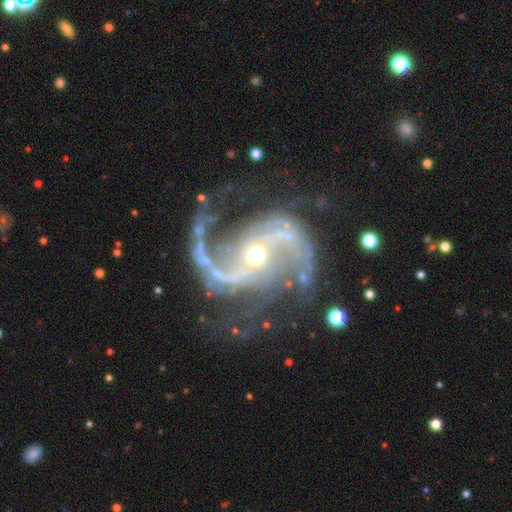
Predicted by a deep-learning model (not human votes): This is clearly a featured or disk galaxy (93%). It is clearly not viewed edge-on (98%). Bar: marginally strong (39%). Spiral arm pattern: clearly yes (99%). Spiral arm count: clearly 2 (91%). Spiral winding: possibly medium (51%). Central bulge: possibly moderate (49%). Merging: likely none (68%).